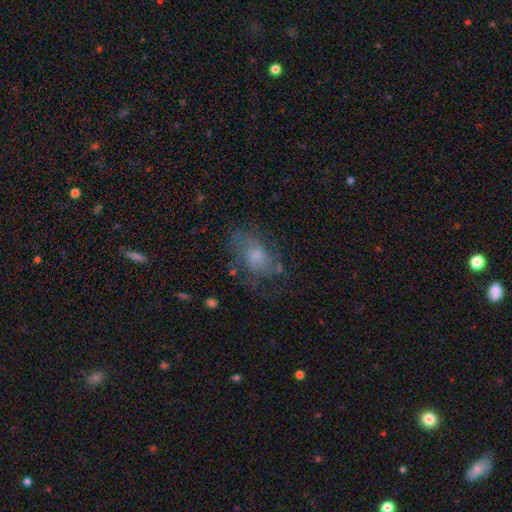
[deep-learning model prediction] Q: Smooth or featured?
A: smooth (44%); runner-up: featured or disk (43%)
Q: Merging?
A: none (58%); runner-up: minor disturbance (23%)